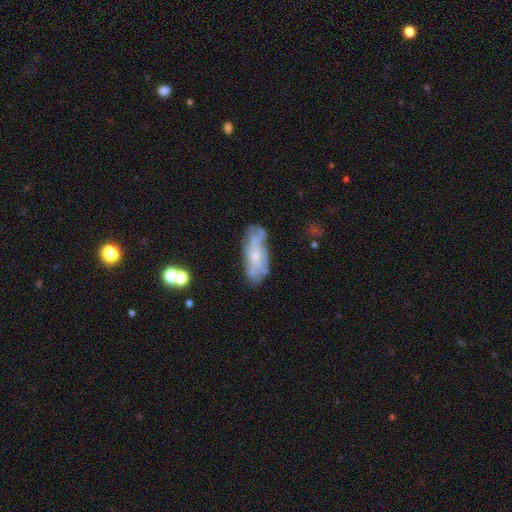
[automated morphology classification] The model was most divided on "smooth or featured": featured or disk: 55%, smooth: 36%, star or artifact: 9%. More confident: edge-on disk — no (85%); merging — none (61%).